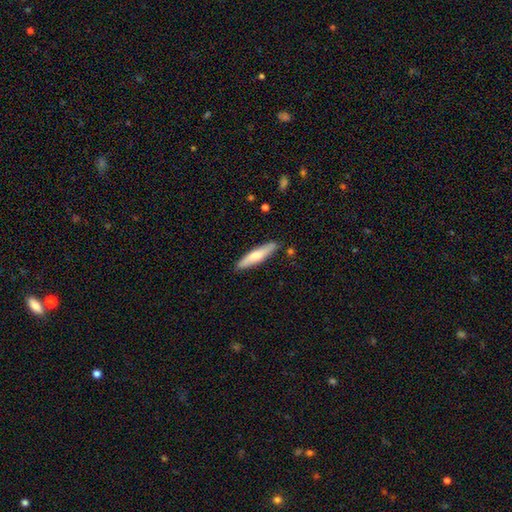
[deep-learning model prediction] The model was most divided on "smooth or featured": smooth: 59%, featured or disk: 35%, star or artifact: 5%. More confident: merging — none (87%); how rounded — cigar-shaped (82%).